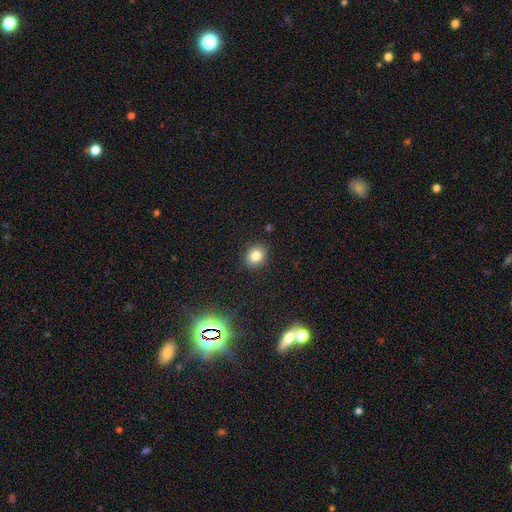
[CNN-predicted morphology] type=smooth (80%); roundness=round (65%); merging=none (89%).